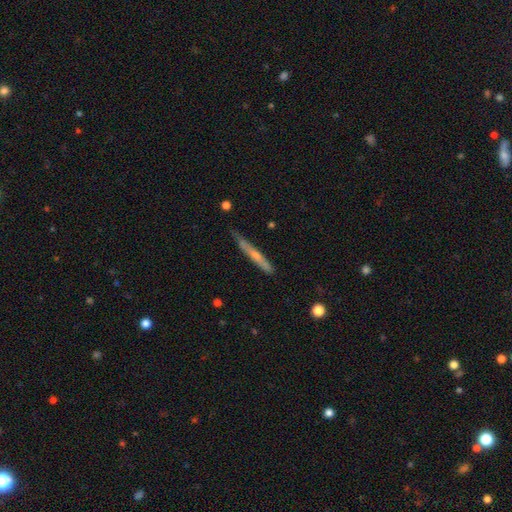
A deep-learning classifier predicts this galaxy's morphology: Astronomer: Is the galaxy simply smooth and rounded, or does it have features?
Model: featured or disk — 49% (runner-up: smooth, 45%).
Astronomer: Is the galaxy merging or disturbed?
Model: none — 73%.